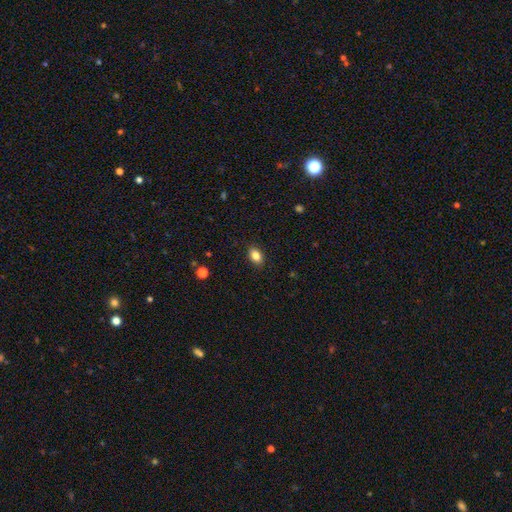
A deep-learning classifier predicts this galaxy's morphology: Smooth or featured? smooth (84%)
How rounded? in between (82%)
Merging? none (88%)